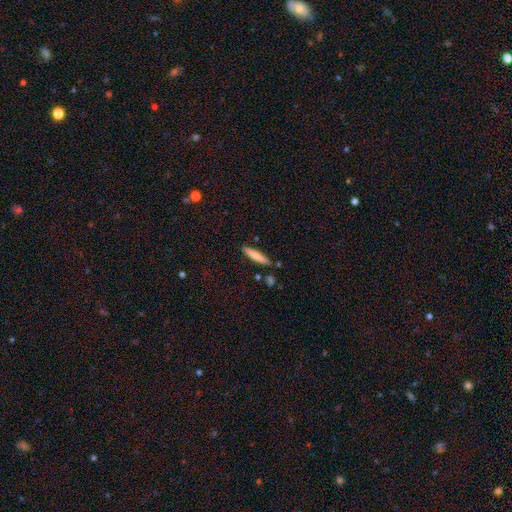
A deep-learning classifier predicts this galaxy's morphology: Smooth or featured?
  - smooth: 77% *
  - featured or disk: 17%
  - star or artifact: 6%
How rounded?
  - cigar-shaped: 87% *
  - in between: 12%
  - round: 1%
Merging?
  - none: 85% *
  - minor disturbance: 9%
  - merger: 4%
  - major disturbance: 2%